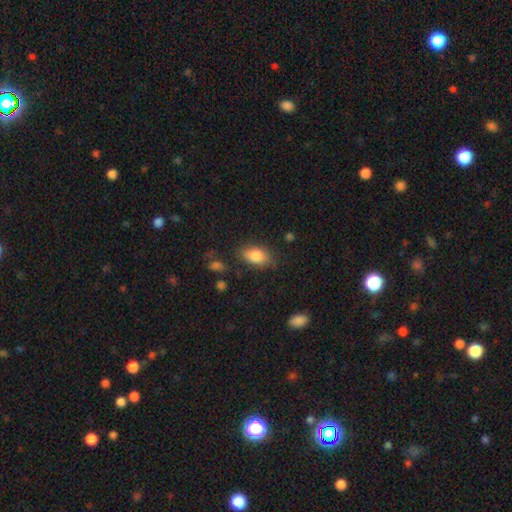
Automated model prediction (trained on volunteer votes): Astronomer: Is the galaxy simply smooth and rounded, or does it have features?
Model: smooth — 84%.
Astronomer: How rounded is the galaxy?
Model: in between — 88%.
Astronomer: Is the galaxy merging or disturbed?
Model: none — 77%.